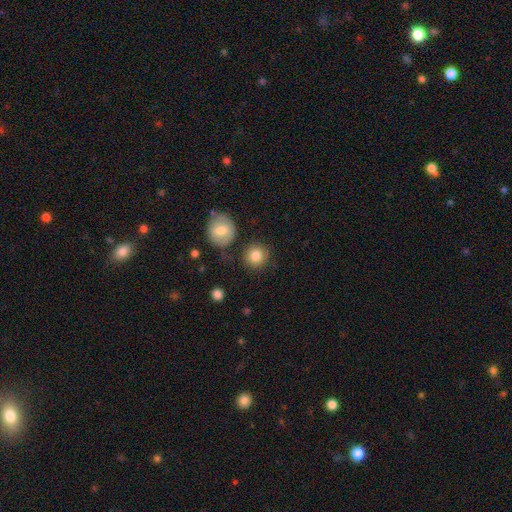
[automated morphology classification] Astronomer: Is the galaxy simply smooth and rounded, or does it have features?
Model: smooth — 83%.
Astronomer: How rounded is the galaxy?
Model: round — 92%.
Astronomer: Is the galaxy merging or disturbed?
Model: none — 83%.